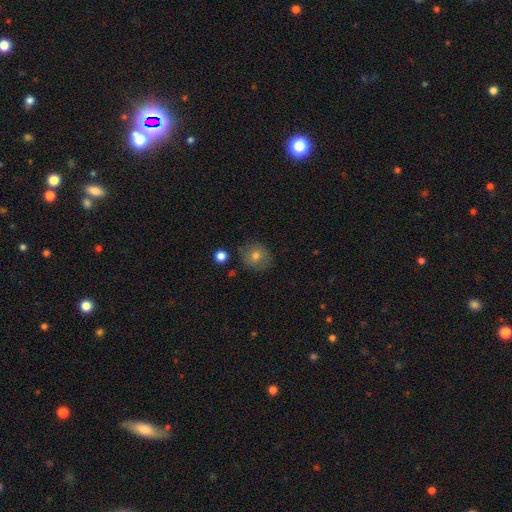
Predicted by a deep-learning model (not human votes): A smooth galaxy with no disk features (76%) that is round (84%).

Vote fractions:
- Smooth or featured? smooth: 76% / featured or disk: 13% / star or artifact: 11%
- How rounded? round: 84% / in between: 15% / cigar-shaped: 1%
- Merging? none: 81% / minor disturbance: 13% / major disturbance: 3% / merger: 3%